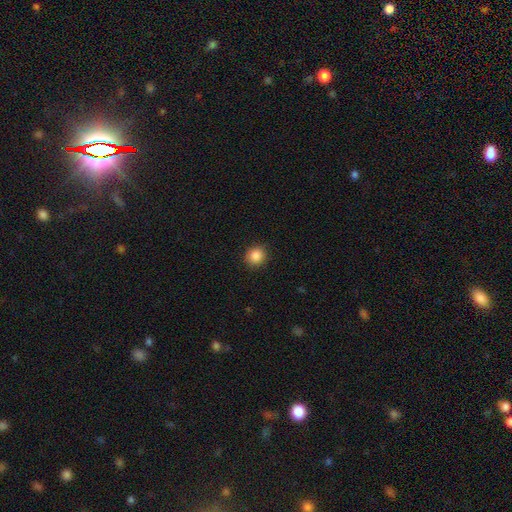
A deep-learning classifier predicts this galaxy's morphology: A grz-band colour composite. It shows a smooth galaxy with no disk features (87%) that is round (85%). Merging: none (90%).